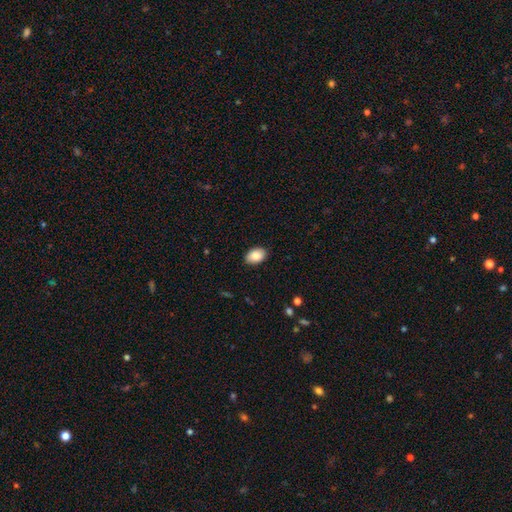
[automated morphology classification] Smooth or featured: smooth — 87% (star or artifact — 7%)
How rounded: in between — 87% (round — 12%)
Merging: none — 89% (minor disturbance — 8%)